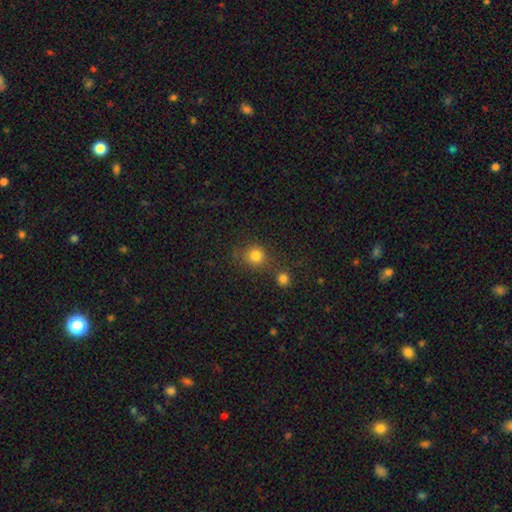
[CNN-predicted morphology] Smooth or featured?
  - smooth: 81% *
  - star or artifact: 14%
  - featured or disk: 6%
How rounded?
  - round: 88% *
  - in between: 11%
  - cigar-shaped: 1%
Merging?
  - none: 68% *
  - merger: 17%
  - minor disturbance: 11%
  - major disturbance: 5%